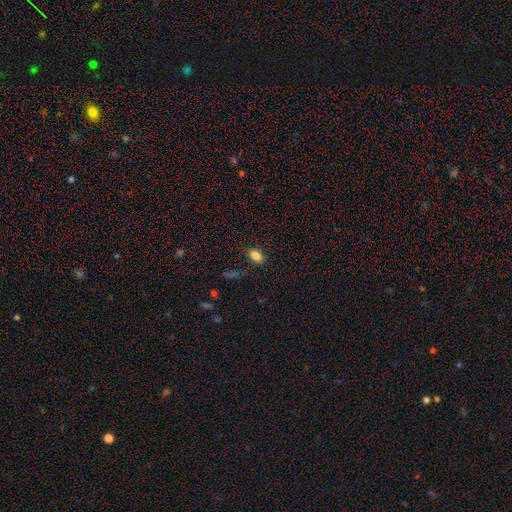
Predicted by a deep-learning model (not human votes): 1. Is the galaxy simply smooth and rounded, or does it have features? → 83% smooth, 11% star or artifact, 6% featured or disk.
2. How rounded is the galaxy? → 86% in between, 11% round, 3% cigar-shaped.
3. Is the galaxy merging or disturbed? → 85% none, 10% minor disturbance, 3% major disturbance, 1% merger.